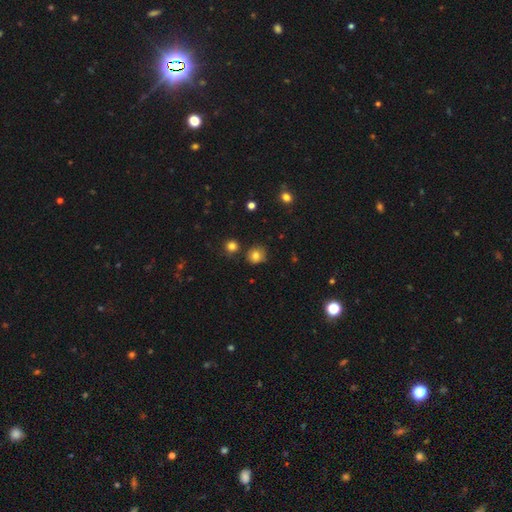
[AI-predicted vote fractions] smooth-or-featured: smooth: 80% | star or artifact: 13% | featured or disk: 7%
  how-rounded: round: 85% | in between: 14% | cigar-shaped: 1%
  merging: none: 80% | minor disturbance: 12% | merger: 5% | major disturbance: 3%